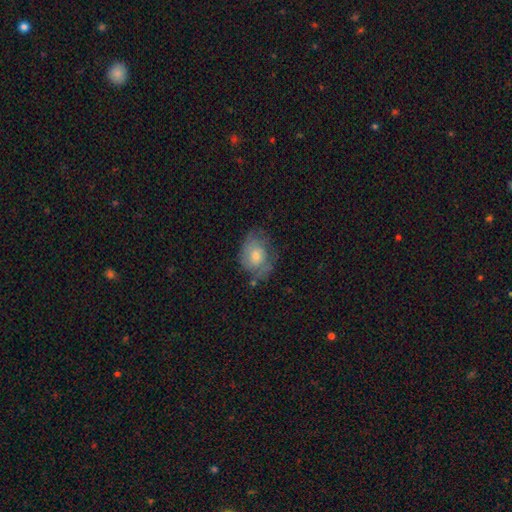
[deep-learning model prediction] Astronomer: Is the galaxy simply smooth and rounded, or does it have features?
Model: smooth — 52% (runner-up: featured or disk, 39%).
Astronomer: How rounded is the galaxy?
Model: in between — 64%.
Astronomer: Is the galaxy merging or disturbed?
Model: none — 56%.